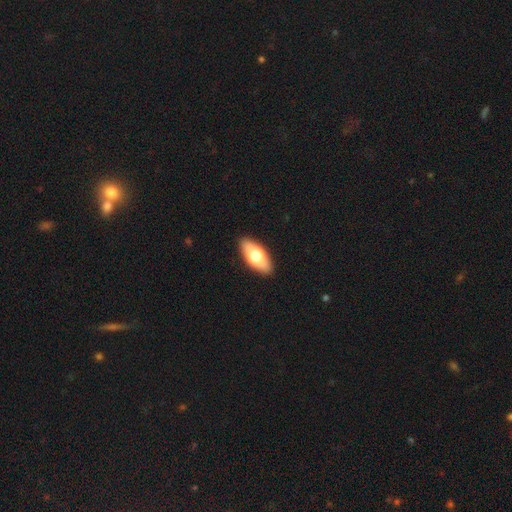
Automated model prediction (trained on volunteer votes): Morphology: type=smooth (70%); roundness=in between (83%); merging=none (90%).